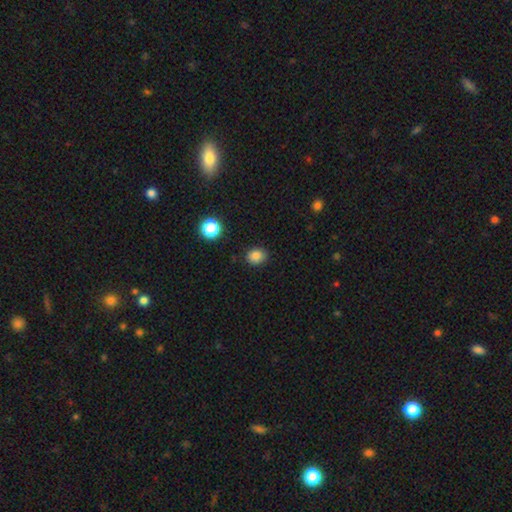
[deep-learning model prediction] smooth_or_featured: smooth (p=0.82) [alt: star or artifact p=0.12]
how_rounded: round (p=0.58) [alt: in between p=0.41]
merging: none (p=0.86) [alt: minor disturbance p=0.10]